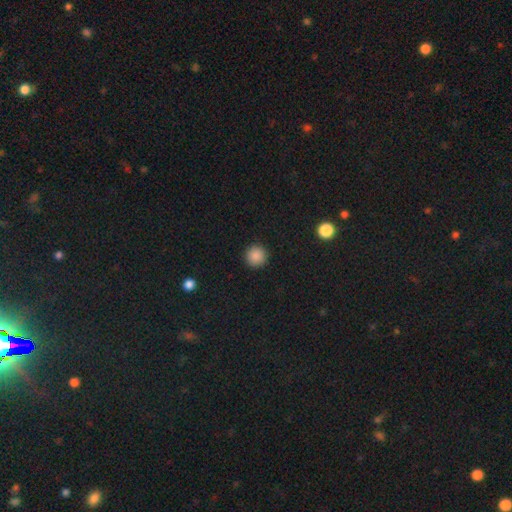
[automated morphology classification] A smooth galaxy with no disk features (87%) that is round (96%).

Vote fractions:
- Smooth or featured? smooth: 87% / star or artifact: 10% / featured or disk: 3%
- How rounded? round: 96% / in between: 3% / cigar-shaped: 1%
- Merging? none: 92% / minor disturbance: 5% / major disturbance: 2% / merger: 1%